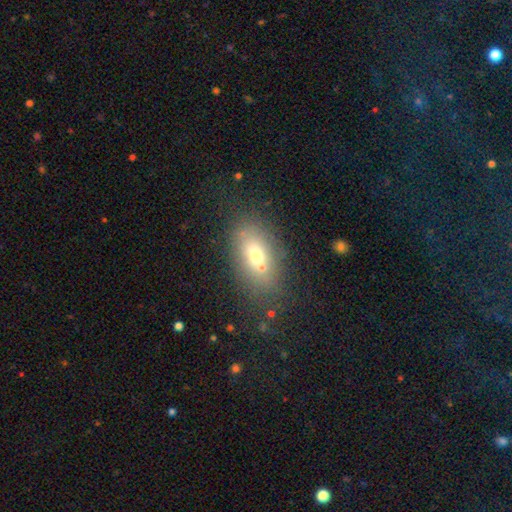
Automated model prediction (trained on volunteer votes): This is likely a smooth galaxy (65%). How rounded: clearly in between (82%). Merging: possibly none (59%).